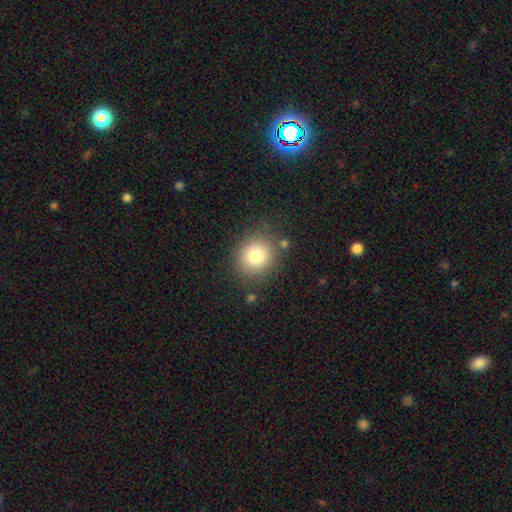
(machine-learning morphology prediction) This is clearly a smooth galaxy (80%). How rounded: clearly round (82%). Merging: clearly none (82%).